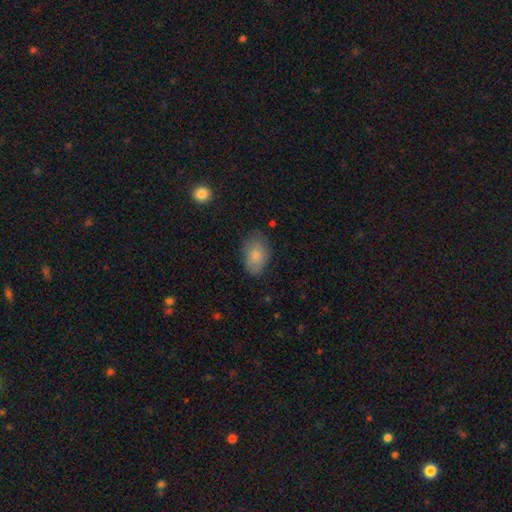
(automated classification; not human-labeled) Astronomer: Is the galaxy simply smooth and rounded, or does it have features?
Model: smooth — 84%.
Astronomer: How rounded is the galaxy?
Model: in between — 90%.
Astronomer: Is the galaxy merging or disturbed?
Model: none — 71%.